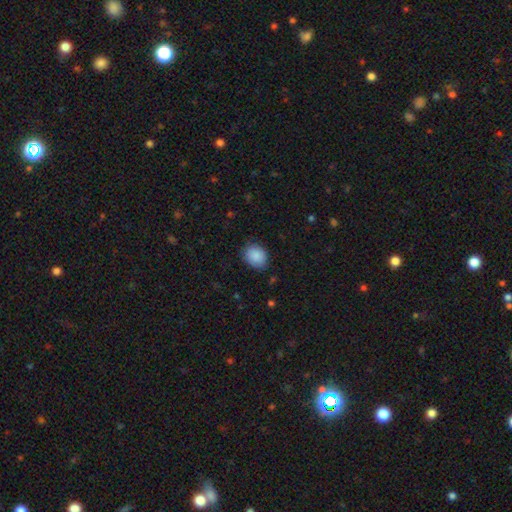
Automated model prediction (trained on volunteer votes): smooth-or-featured: smooth: 89% | star or artifact: 7% | featured or disk: 4%
  how-rounded: in between: 53% | round: 46% | cigar-shaped: 1%
  merging: none: 82% | minor disturbance: 14% | major disturbance: 3% | merger: 1%